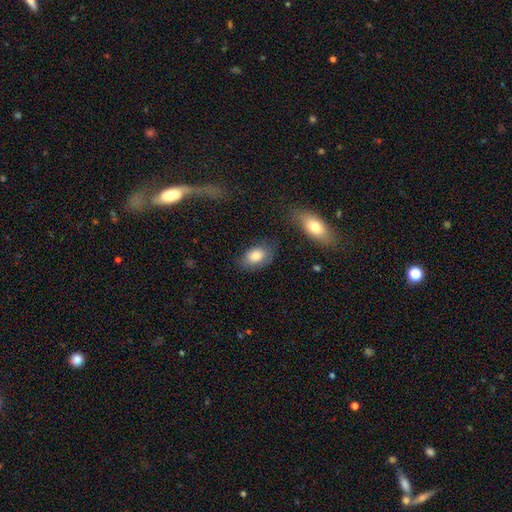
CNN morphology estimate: Smooth or featured?
  - smooth: 82% *
  - featured or disk: 11%
  - star or artifact: 7%
How rounded?
  - in between: 89% *
  - round: 10%
  - cigar-shaped: 2%
Merging?
  - none: 65% *
  - minor disturbance: 24%
  - major disturbance: 7%
  - merger: 3%